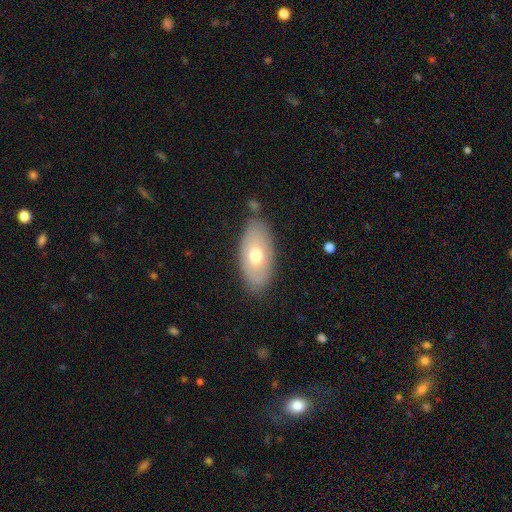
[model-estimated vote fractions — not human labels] Smooth or featured: smooth — 61% (featured or disk — 32%)
How rounded: in between — 92% (round — 4%)
Merging: none — 78% (minor disturbance — 15%)